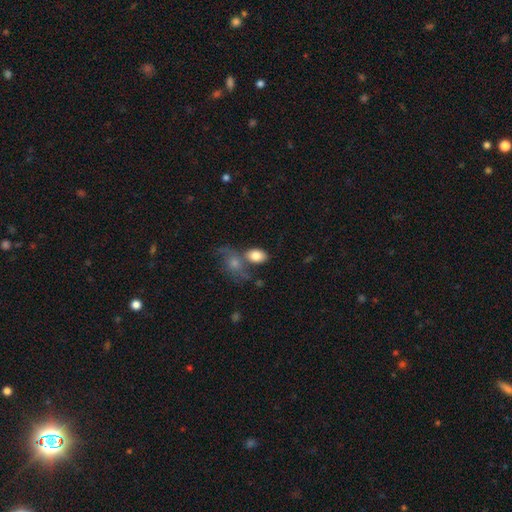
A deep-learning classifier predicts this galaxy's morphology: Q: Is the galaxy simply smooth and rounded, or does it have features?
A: smooth — 82%.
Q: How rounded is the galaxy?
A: in between — 81%.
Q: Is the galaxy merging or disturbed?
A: none — 44%.